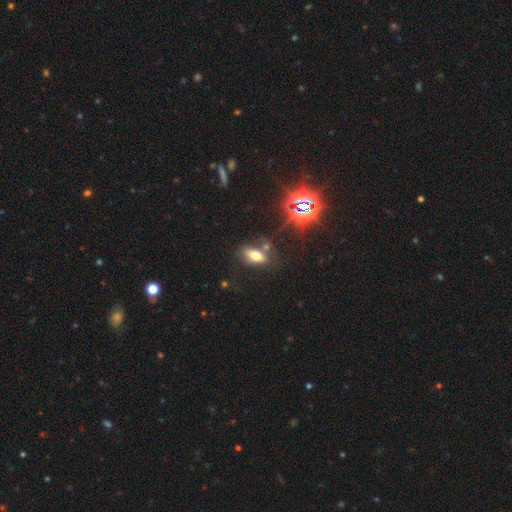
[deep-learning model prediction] This is likely a smooth galaxy (64%). How rounded: clearly in between (82%). Merging: likely none (62%).